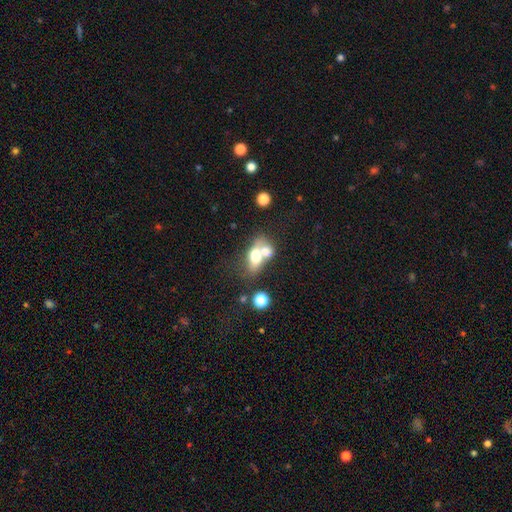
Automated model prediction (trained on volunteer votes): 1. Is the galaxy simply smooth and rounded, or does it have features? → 64% smooth, 26% featured or disk, 10% star or artifact.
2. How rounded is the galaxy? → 73% in between, 23% round, 4% cigar-shaped.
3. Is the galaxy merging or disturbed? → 62% merger, 22% none, 9% minor disturbance, 7% major disturbance.